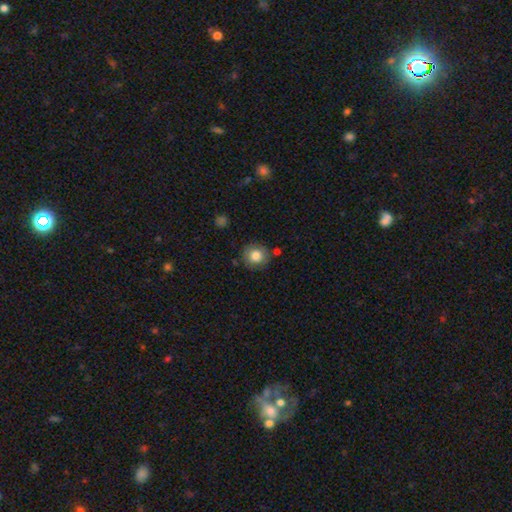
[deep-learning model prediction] smooth-or-featured: smooth: 81% | featured or disk: 10% | star or artifact: 9%
  how-rounded: round: 90% | in between: 9% | cigar-shaped: 1%
  merging: none: 80% | minor disturbance: 12% | merger: 4% | major disturbance: 3%